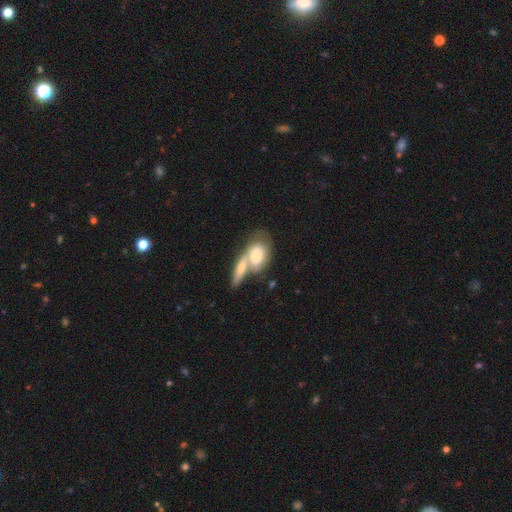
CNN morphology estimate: This appears to be a smooth galaxy with no disk features (64%) that is in between round and cigar-shaped (81%). Merging: merger (64%).